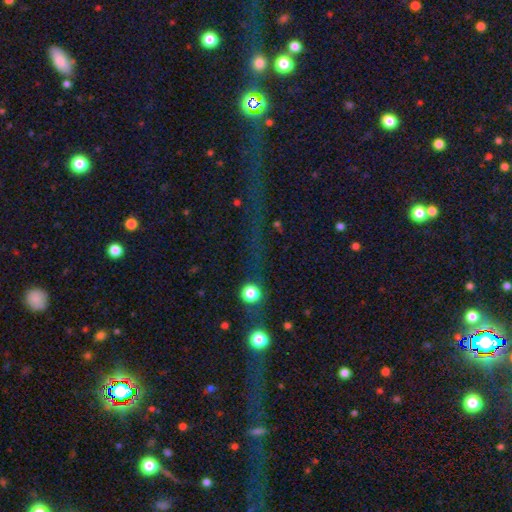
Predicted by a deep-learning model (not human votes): This appears to be a star or artifact, not a galaxy (73%).